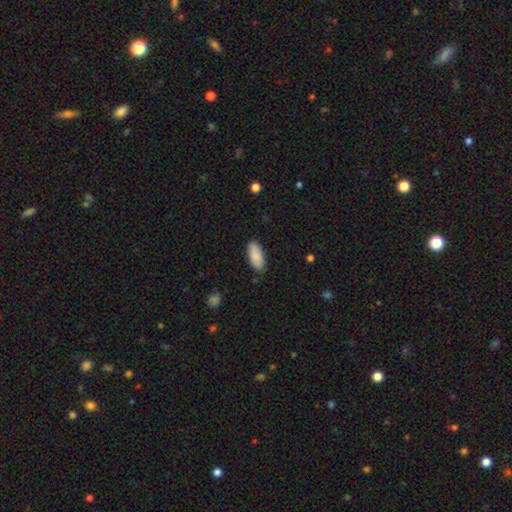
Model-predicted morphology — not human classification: Q: Smooth or featured?
A: smooth (89%); runner-up: star or artifact (6%)
Q: How rounded?
A: in between (88%); runner-up: cigar-shaped (11%)
Q: Merging?
A: none (85%); runner-up: minor disturbance (11%)